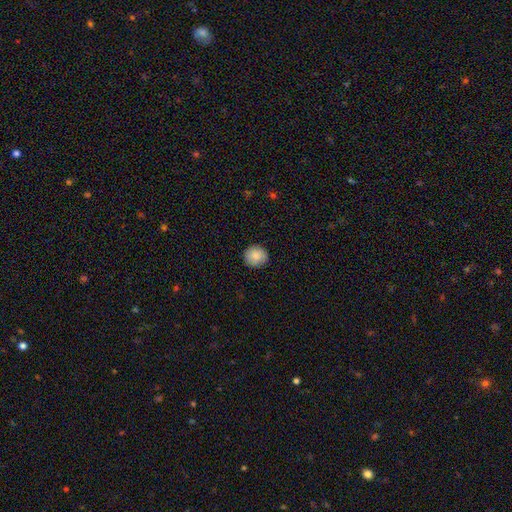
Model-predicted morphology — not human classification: Q: Smooth or featured?
A: smooth (85%); runner-up: star or artifact (8%)
Q: How rounded?
A: round (91%); runner-up: in between (8%)
Q: Merging?
A: none (88%); runner-up: minor disturbance (9%)